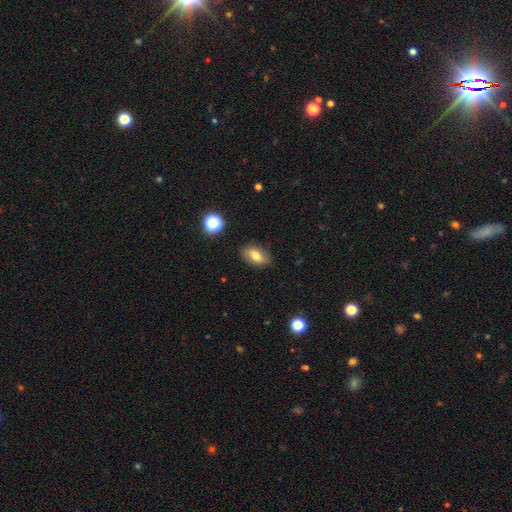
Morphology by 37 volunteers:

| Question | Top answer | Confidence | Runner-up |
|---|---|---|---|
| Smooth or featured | smooth | 95% | featured or disk (5%) |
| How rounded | in between | 86% | round (9%) |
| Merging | none | 84% | minor disturbance (11%) |